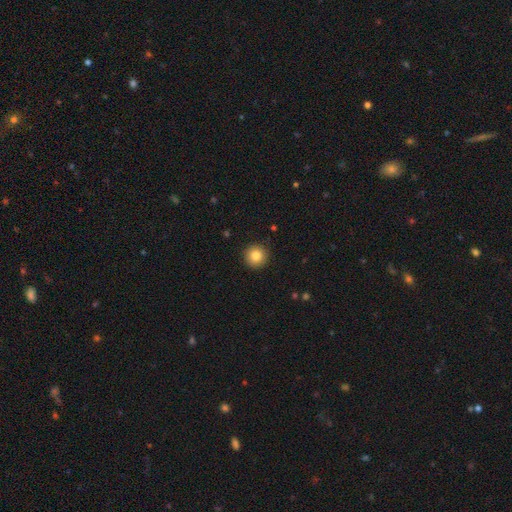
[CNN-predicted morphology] smooth_or_featured: smooth (p=0.84) [alt: star or artifact p=0.10]
how_rounded: round (p=0.95) [alt: in between p=0.04]
merging: none (p=0.92) [alt: minor disturbance p=0.05]